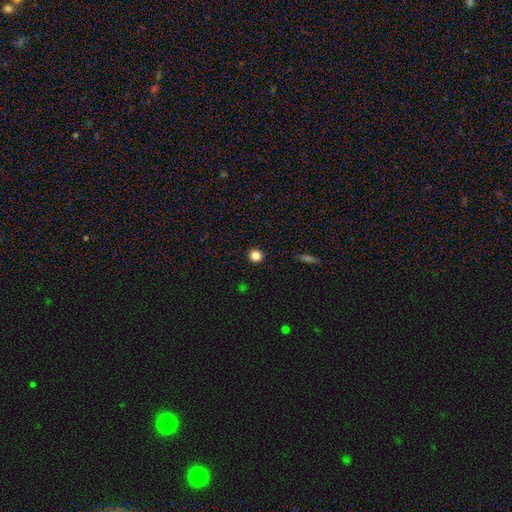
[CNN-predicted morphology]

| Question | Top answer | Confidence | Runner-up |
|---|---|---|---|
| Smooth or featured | smooth | 83% | star or artifact (13%) |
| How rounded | round | 90% | in between (9%) |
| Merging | none | 92% | minor disturbance (5%) |